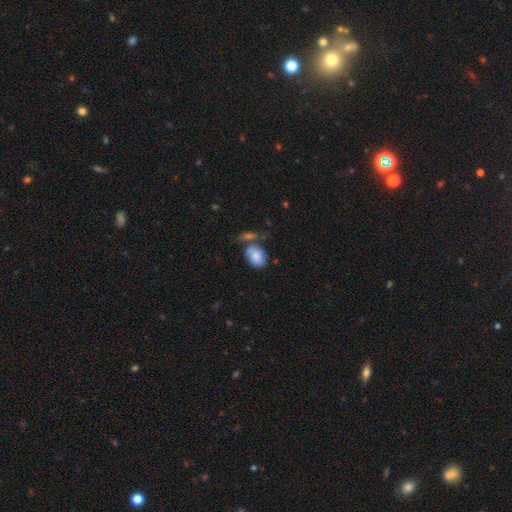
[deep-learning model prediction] This is clearly a smooth galaxy (80%). How rounded: likely in between (80%). Merging: possibly none (47%).